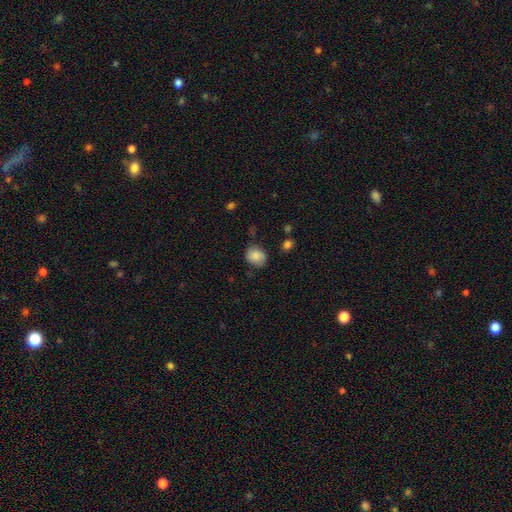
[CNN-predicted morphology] A smooth galaxy with no disk features (84%) that is round (58%).

Vote fractions:
- Smooth or featured? smooth: 84% / featured or disk: 8% / star or artifact: 8%
- How rounded? round: 58% / in between: 41% / cigar-shaped: 1%
- Merging? none: 73% / minor disturbance: 20% / major disturbance: 5% / merger: 2%